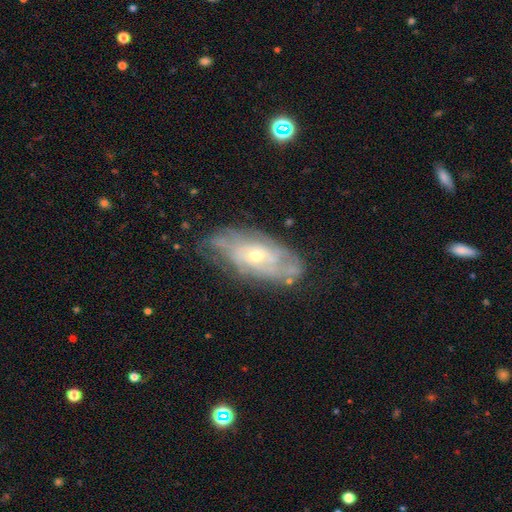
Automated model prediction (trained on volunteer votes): smooth-or-featured: featured or disk: 76% | smooth: 17% | star or artifact: 7%
  disk-edge-on: no: 89% | yes: 11%
    bar: no: 75% | weak: 21% | strong: 5%
    has-spiral-arms: yes: 78% | no: 22%
      spiral-winding: tight: 61% | medium: 29% | loose: 10%
      spiral-arm-count: can't tell: 59% | 2: 18% | 3: 9% | 4: 6% | more than 4: 4% | 1: 4%
    bulge-size: small: 64% | moderate: 33% | large: 1% | none: 1% | dominant: 1%
  merging: none: 65% | minor disturbance: 23% | major disturbance: 9% | merger: 2%